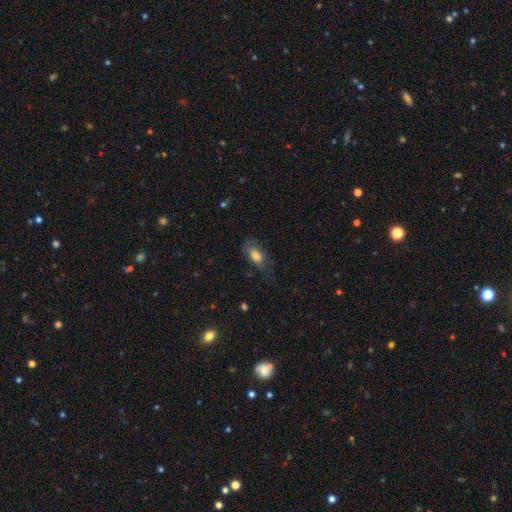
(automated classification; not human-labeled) Smooth or featured: smooth — 70% (featured or disk — 21%)
How rounded: in between — 87% (cigar-shaped — 7%)
Merging: none — 52% (minor disturbance — 27%)